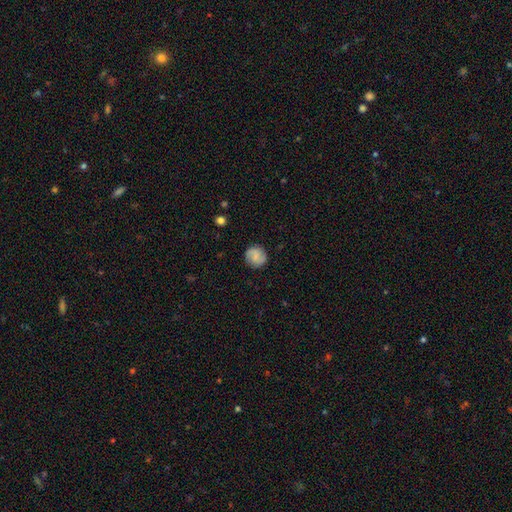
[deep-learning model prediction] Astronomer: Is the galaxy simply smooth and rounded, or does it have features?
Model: smooth — 58% (runner-up: featured or disk, 34%).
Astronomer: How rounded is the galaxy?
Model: round — 90%.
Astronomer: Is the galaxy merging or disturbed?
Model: none — 85%.